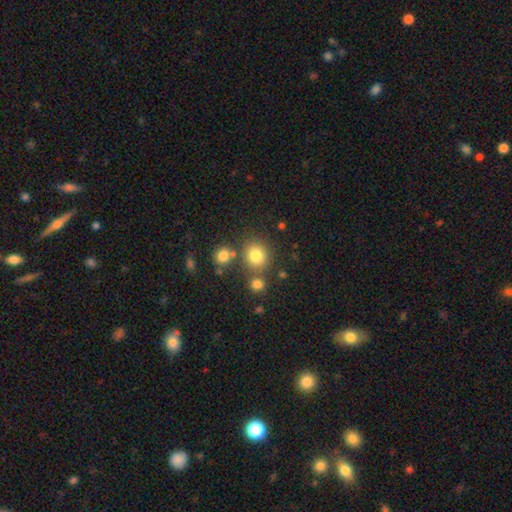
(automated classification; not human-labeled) This appears to be a smooth galaxy with no disk features (78%) that is round (86%). Merging: none (73%).